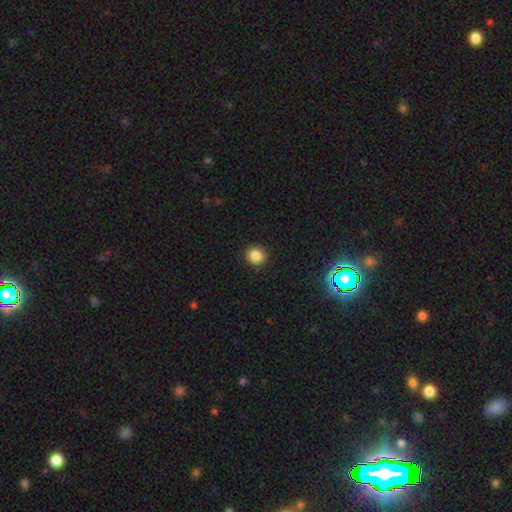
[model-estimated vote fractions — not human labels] Overall: smooth (85%). How rounded: round (91%). Merging: none (92%).